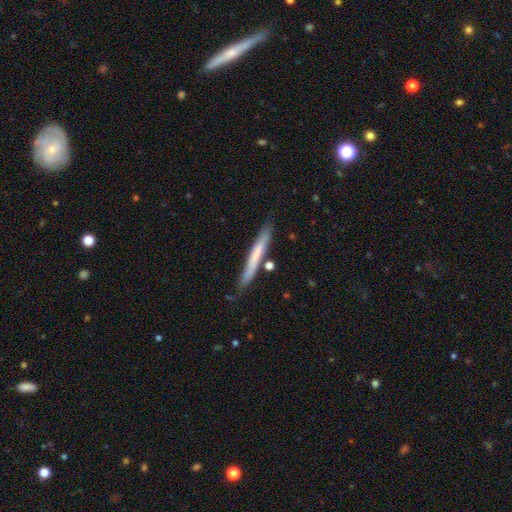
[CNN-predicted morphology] Overall: smooth (61%; featured or disk 33%). How rounded: cigar-shaped (96%). Merging: none (77%).